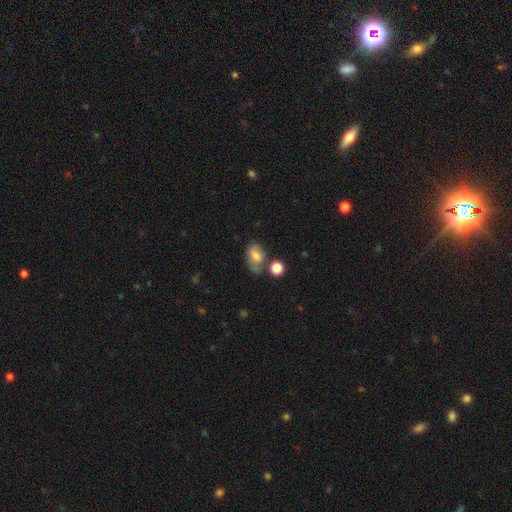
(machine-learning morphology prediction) This is likely a smooth galaxy (67%). How rounded: clearly in between (81%). Merging: marginally none (45%).